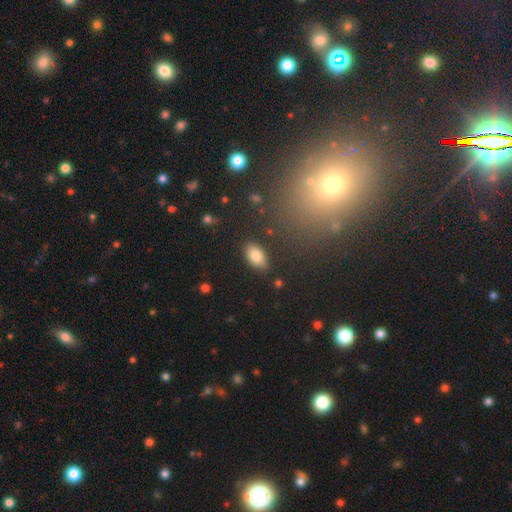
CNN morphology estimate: A smooth galaxy with no disk features (84%) that is in between round and cigar-shaped (93%). Merging: none (87%).